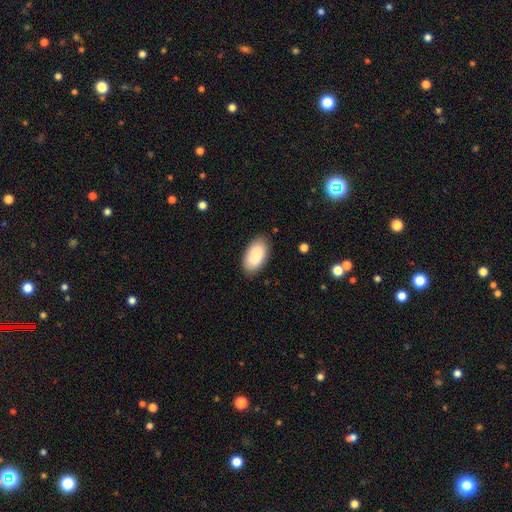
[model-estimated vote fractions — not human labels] Q: Smooth or featured?
A: smooth (85%); runner-up: featured or disk (9%)
Q: How rounded?
A: in between (95%); runner-up: round (3%)
Q: Merging?
A: none (83%); runner-up: minor disturbance (13%)